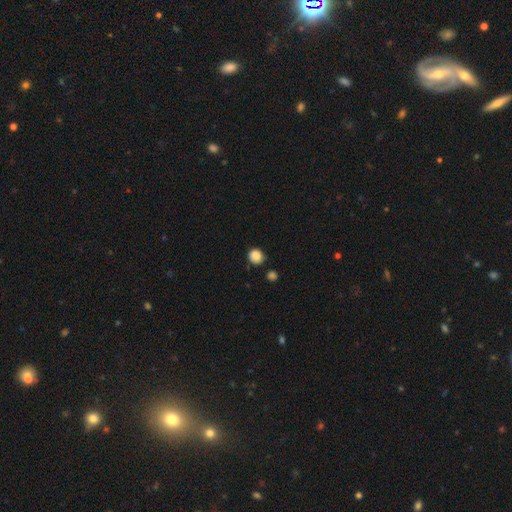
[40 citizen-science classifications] smooth 90%, star or artifact 8%, featured or disk 2%. Down the decision tree: how rounded — round (94%); merging — none (70%).